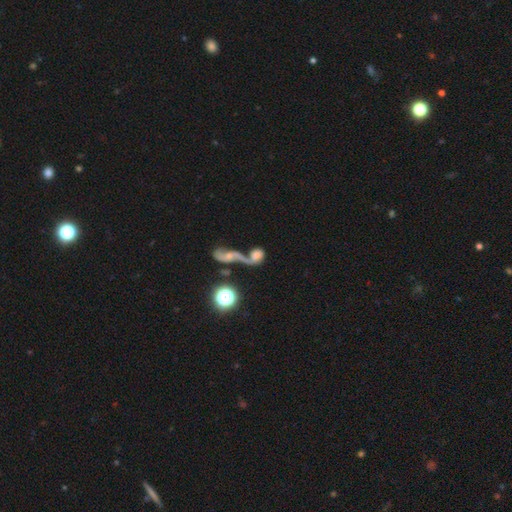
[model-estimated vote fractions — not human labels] This is possibly a smooth galaxy (49%). Merging: likely merger (62%).